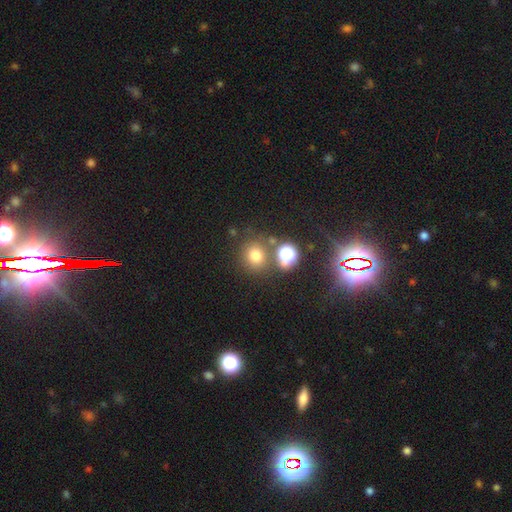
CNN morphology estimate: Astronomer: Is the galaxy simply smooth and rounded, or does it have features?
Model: smooth — 71%.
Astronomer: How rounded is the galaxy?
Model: round — 84%.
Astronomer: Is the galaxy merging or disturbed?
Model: none — 72%.